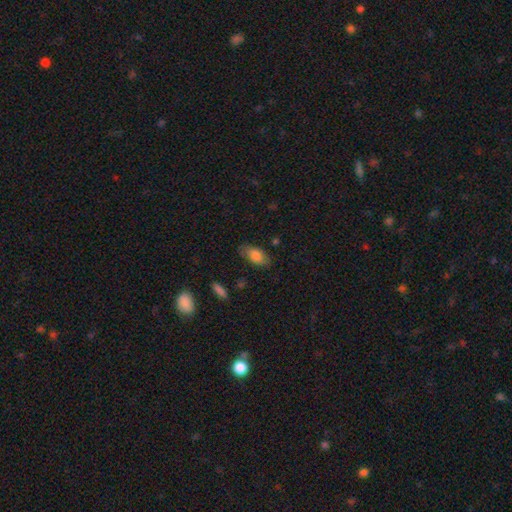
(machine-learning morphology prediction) Q: Smooth or featured?
A: smooth (80%); runner-up: featured or disk (13%)
Q: How rounded?
A: in between (91%); runner-up: cigar-shaped (5%)
Q: Merging?
A: none (76%); runner-up: minor disturbance (18%)